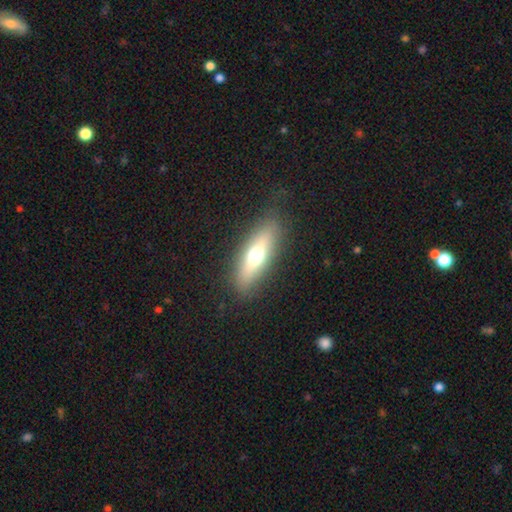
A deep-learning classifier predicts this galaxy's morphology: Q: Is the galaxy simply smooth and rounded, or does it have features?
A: smooth — 56%.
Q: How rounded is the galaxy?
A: cigar-shaped — 49%.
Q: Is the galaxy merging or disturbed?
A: none — 86%.